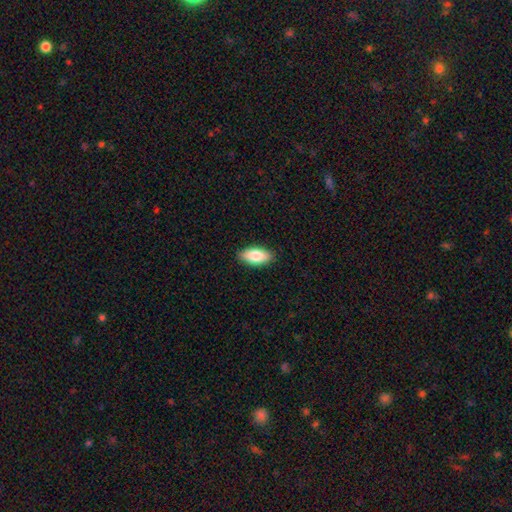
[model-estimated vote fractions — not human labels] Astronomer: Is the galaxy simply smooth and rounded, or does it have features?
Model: smooth — 83%.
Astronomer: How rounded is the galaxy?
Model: in between — 90%.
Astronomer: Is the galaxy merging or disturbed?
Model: none — 88%.